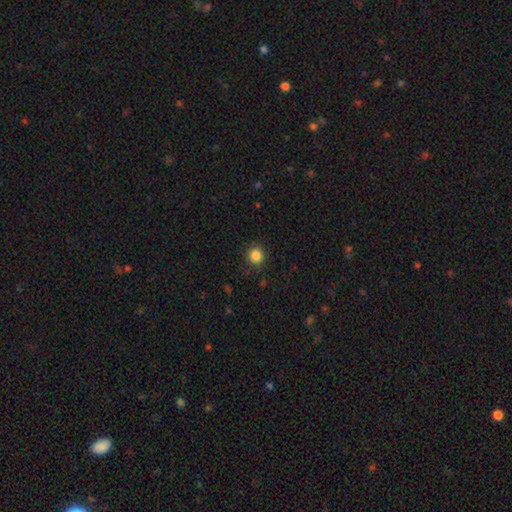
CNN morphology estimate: smooth-or-featured: smooth: 85% | star or artifact: 11% | featured or disk: 4%
  how-rounded: round: 92% | in between: 7% | cigar-shaped: 1%
  merging: none: 88% | minor disturbance: 8% | major disturbance: 3% | merger: 1%